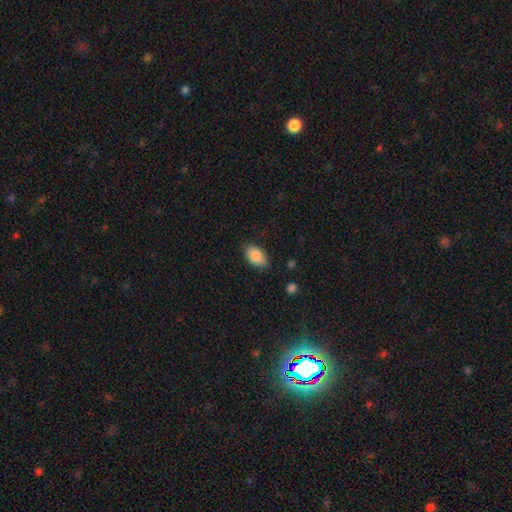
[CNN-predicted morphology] A smooth galaxy with no disk features (87%) that is in between round and cigar-shaped (94%).

Vote fractions:
- Smooth or featured? smooth: 87% / star or artifact: 7% / featured or disk: 6%
- How rounded? in between: 94% / round: 4% / cigar-shaped: 2%
- Merging? none: 84% / minor disturbance: 12% / major disturbance: 3% / merger: 1%